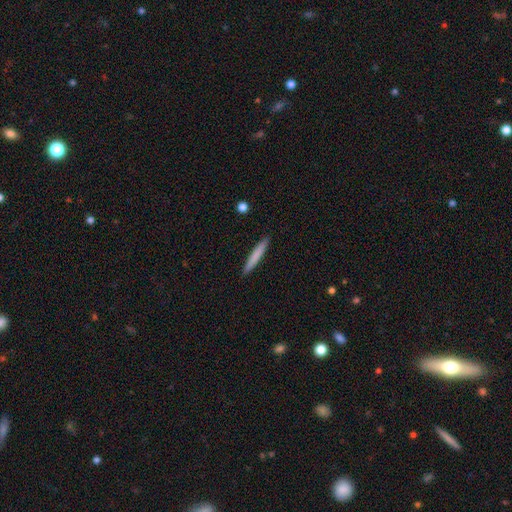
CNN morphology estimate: Smooth or featured: smooth — 74% (featured or disk — 20%)
How rounded: cigar-shaped — 96% (in between — 3%)
Merging: none — 92% (minor disturbance — 6%)